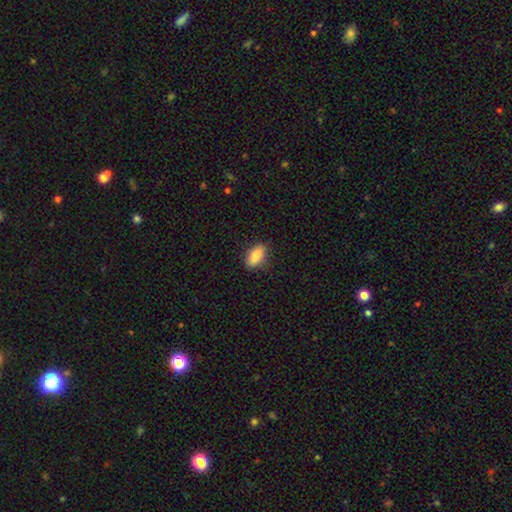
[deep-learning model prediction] Smooth or featured? smooth (87%)
How rounded? in between (87%)
Merging? none (84%)